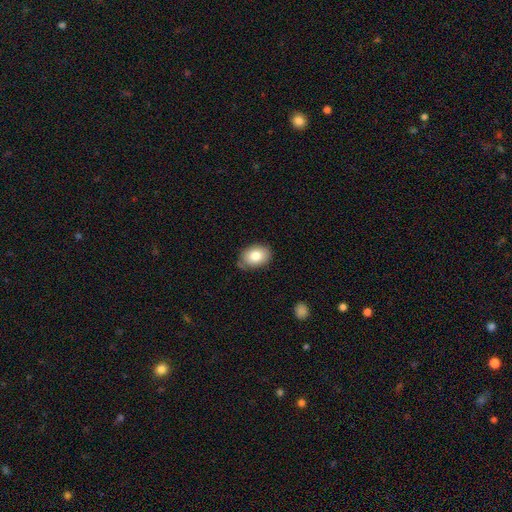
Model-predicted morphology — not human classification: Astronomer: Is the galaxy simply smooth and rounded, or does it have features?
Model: smooth — 81%.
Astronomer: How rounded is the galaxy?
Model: in between — 77%.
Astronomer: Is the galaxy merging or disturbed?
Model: none — 73%.